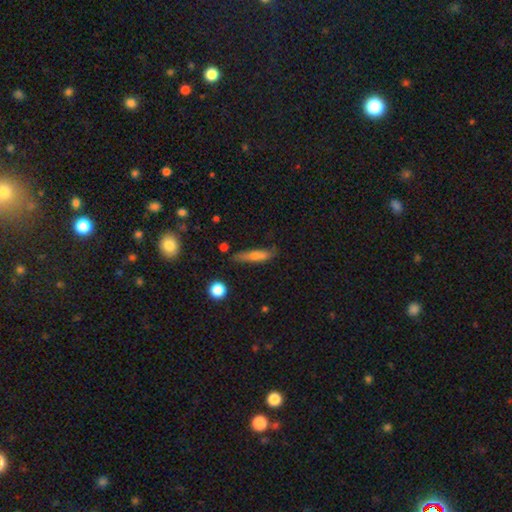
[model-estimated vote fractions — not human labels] Smooth or featured? Predicted: smooth (p=0.56). How rounded? Predicted: cigar-shaped (p=0.80). Merging? Predicted: none (p=0.73).